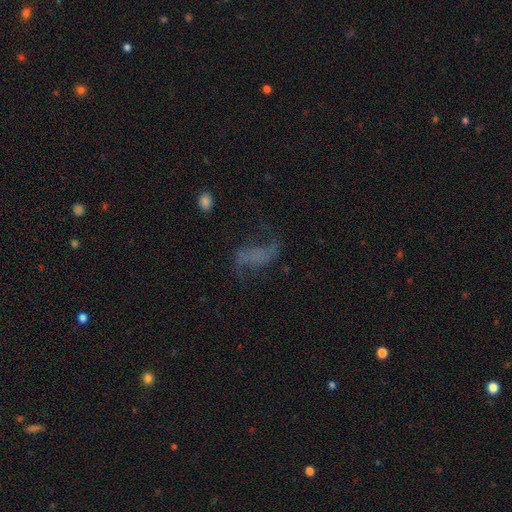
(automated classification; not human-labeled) The model was most divided on "merging": none: 52%, major disturbance: 27%, minor disturbance: 17%, merger: 4%. More confident: edge-on disk — no (94%); bulge size — none (77%); spiral arms — yes (72%); smooth or featured — featured or disk (61%); bar — no (58%).